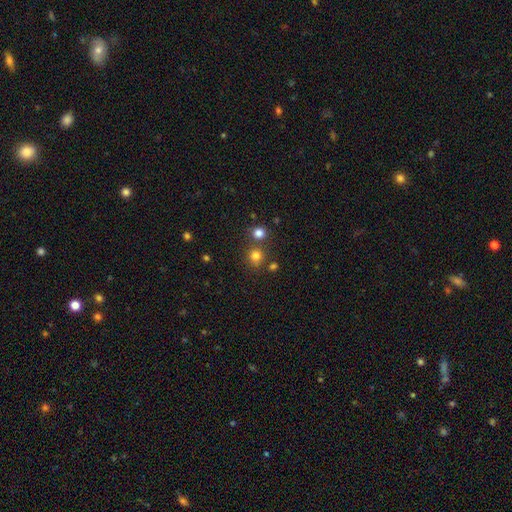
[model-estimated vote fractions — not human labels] A smooth galaxy with no disk features (77%) that is round (88%).

Vote fractions:
- Smooth or featured? smooth: 77% / star or artifact: 17% / featured or disk: 6%
- How rounded? round: 88% / in between: 11% / cigar-shaped: 1%
- Merging? none: 72% / merger: 17% / minor disturbance: 8% / major disturbance: 3%